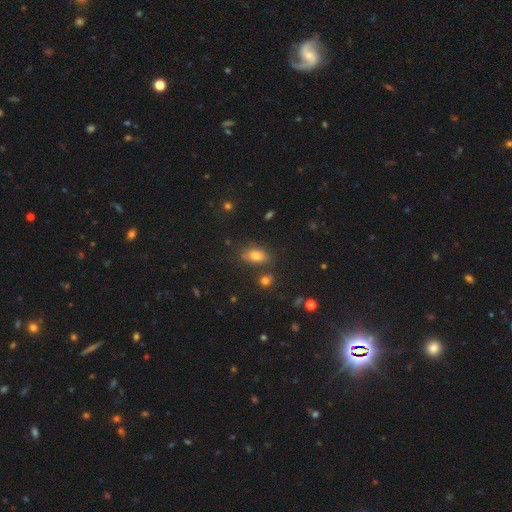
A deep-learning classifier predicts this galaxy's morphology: This appears to be a smooth galaxy with no disk features (78%) that is in between round and cigar-shaped (84%). Merging: none (73%).